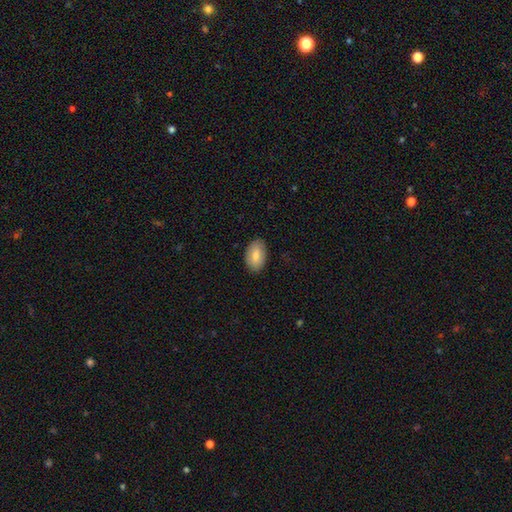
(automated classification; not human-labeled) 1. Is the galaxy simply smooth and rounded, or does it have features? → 80% smooth, 14% featured or disk, 6% star or artifact.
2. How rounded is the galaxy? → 92% in between, 6% round, 1% cigar-shaped.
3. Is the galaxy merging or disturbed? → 86% none, 11% minor disturbance, 2% major disturbance, 1% merger.